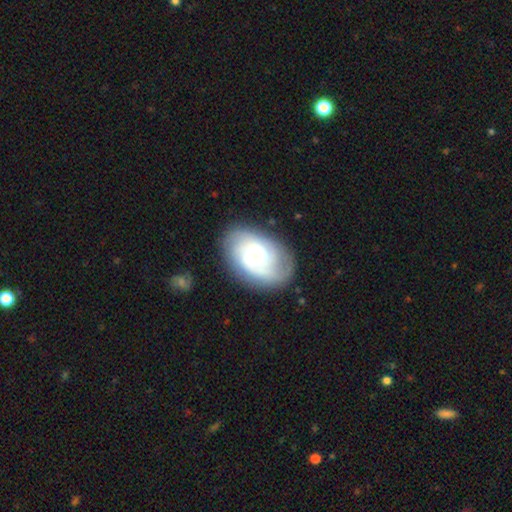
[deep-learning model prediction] This is likely a featured or disk galaxy (76%). It is clearly not viewed edge-on (97%). Bar: possibly no (49%). Spiral arm pattern: clearly yes (94%). Spiral arm count: marginally 2 (41%). Spiral winding: marginally tight (42%). Central bulge: possibly moderate (57%). Merging: likely none (78%).